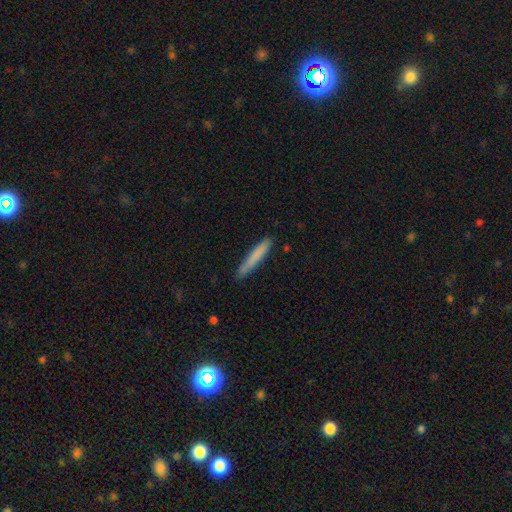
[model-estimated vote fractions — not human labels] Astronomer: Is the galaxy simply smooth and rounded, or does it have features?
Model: smooth — 78%.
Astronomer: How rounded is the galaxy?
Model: cigar-shaped — 95%.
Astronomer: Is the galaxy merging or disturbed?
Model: none — 85%.